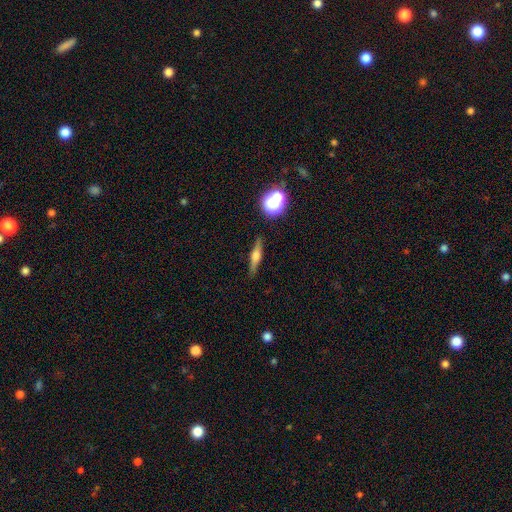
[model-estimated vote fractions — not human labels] Smooth or featured? Predicted: featured or disk (p=0.58). Edge-on disk? Predicted: yes (p=0.95). Edge-on bulge? Predicted: rounded (p=0.85). Merging? Predicted: none (p=0.87).